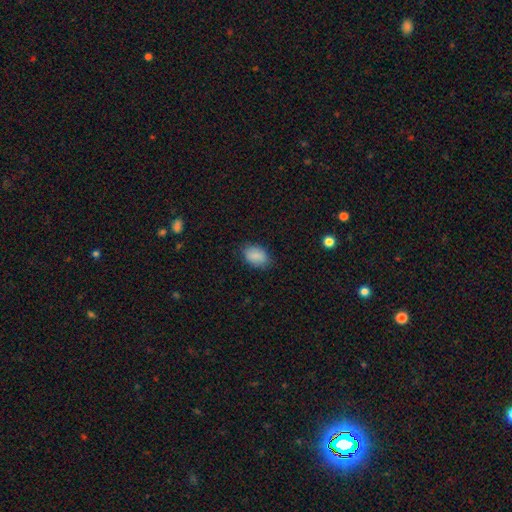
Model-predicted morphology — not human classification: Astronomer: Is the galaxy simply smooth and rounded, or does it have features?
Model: smooth — 88%.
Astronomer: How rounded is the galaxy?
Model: in between — 89%.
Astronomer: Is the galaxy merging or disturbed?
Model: none — 80%.